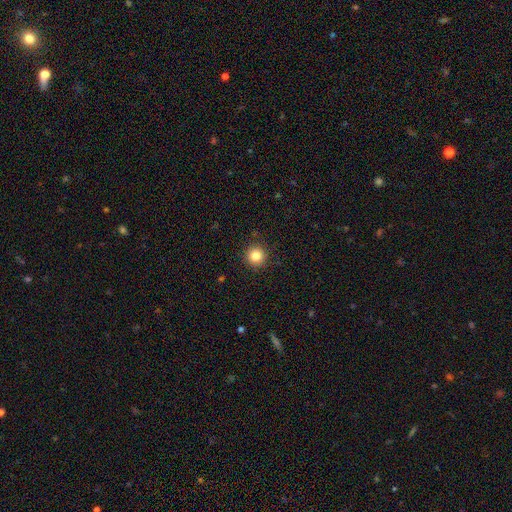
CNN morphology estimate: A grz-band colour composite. It shows a smooth galaxy with no disk features (85%) that is round (95%). Merging: none (91%).